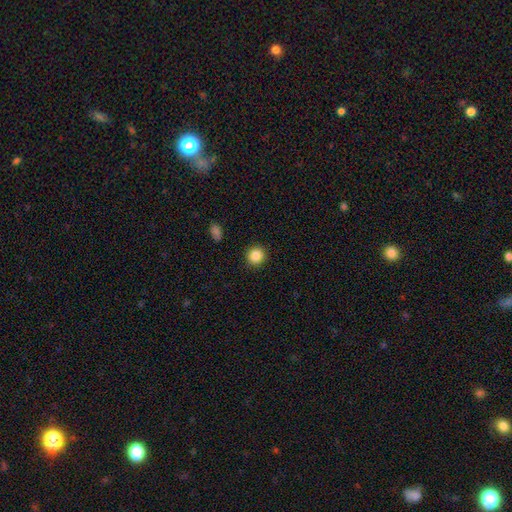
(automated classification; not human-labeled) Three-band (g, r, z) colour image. It shows a smooth galaxy with no disk features (87%) that is round (93%). Merging: none (92%).